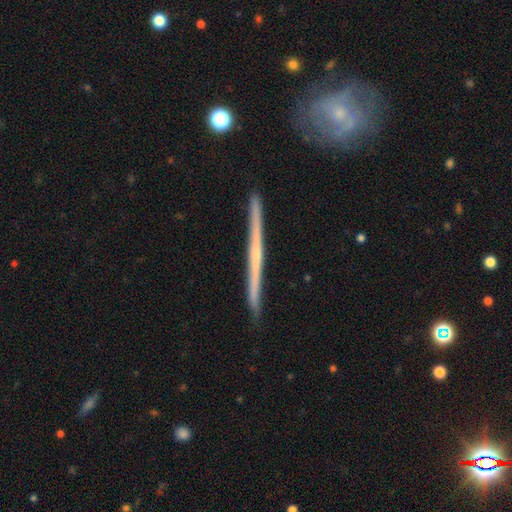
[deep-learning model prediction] smooth-or-featured: featured or disk: 71% | smooth: 24% | star or artifact: 5%
  disk-edge-on: yes: 98% | no: 2%
    edge-on-bulge: none: 73% | rounded: 23% | boxy: 4%
  merging: none: 91% | minor disturbance: 7% | merger: 1% | major disturbance: 1%